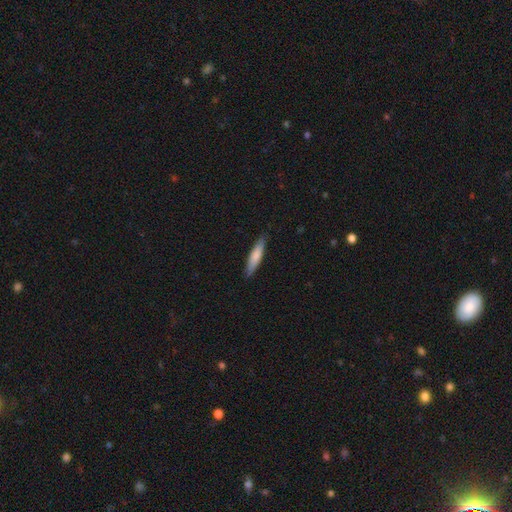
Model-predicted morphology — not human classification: Smooth or featured? smooth (76%)
How rounded? cigar-shaped (84%)
Merging? none (88%)